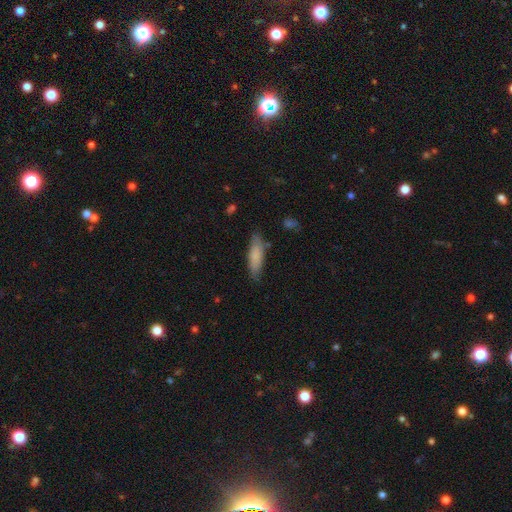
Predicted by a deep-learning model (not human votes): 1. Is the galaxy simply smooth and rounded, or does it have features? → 80% smooth, 14% featured or disk, 6% star or artifact.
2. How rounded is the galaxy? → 57% cigar-shaped, 42% in between, 2% round.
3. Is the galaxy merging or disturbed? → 77% none, 17% minor disturbance, 4% major disturbance, 2% merger.